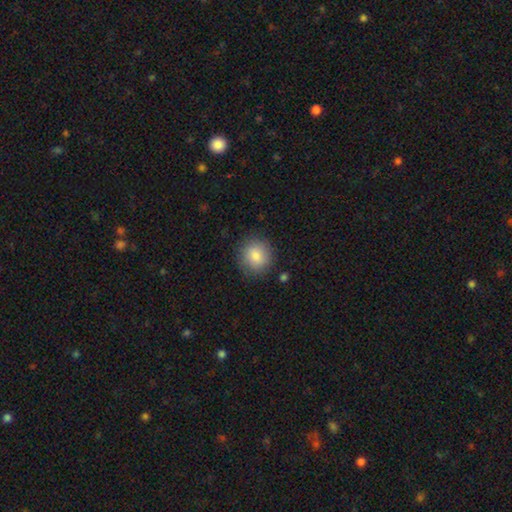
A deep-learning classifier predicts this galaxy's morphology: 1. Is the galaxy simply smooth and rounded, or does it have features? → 85% smooth, 8% star or artifact, 7% featured or disk.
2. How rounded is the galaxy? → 87% round, 12% in between, 1% cigar-shaped.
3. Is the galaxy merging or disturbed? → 86% none, 10% minor disturbance, 3% major disturbance, 1% merger.